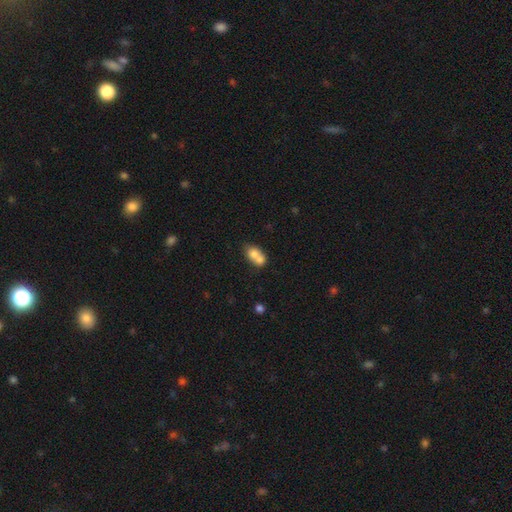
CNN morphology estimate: smooth_or_featured: smooth (p=0.72) [alt: featured or disk p=0.19]
how_rounded: in between (p=0.62) [alt: round p=0.35]
merging: merger (p=0.65) [alt: none p=0.23]